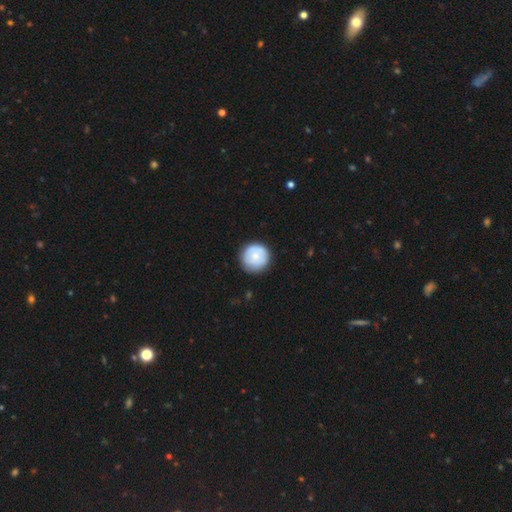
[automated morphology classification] Smooth or featured: smooth — 71% (featured or disk — 24%)
How rounded: round — 95% (in between — 4%)
Merging: none — 84% (minor disturbance — 12%)